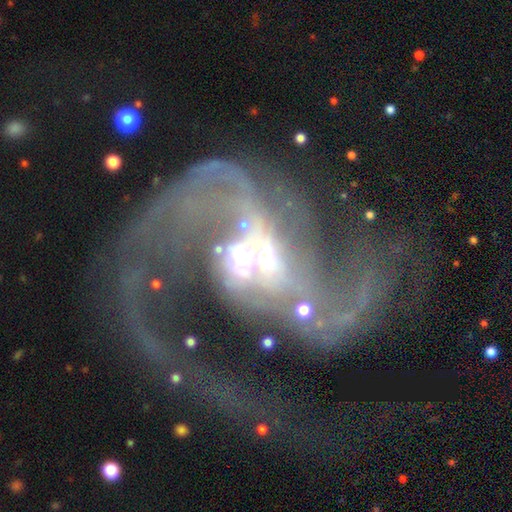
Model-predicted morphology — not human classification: Smooth or featured: featured or disk — 86% (star or artifact — 8%)
Edge-on disk: no — 97% (yes — 3%)
Bar: no — 48% (weak — 32%)
Spiral arms: yes — 89% (no — 11%)
Spiral winding: loose — 67% (medium — 26%)
Spiral arm count: 2 — 58% (can't tell — 12%)
Bulge size: moderate — 55% (small — 30%)
Merging: major disturbance — 41% (merger — 34%)